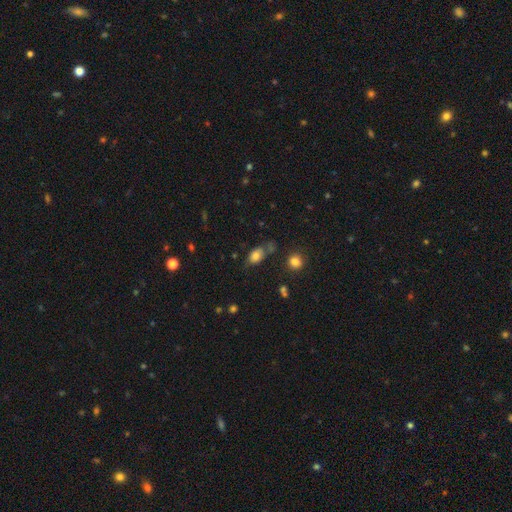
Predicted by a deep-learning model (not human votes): smooth 74%, featured or disk 14%, star or artifact 12%. Down the decision tree: how rounded — in between (82%); merging — none (55%).